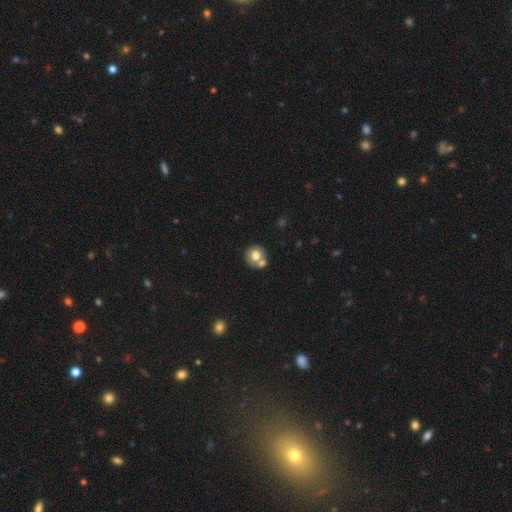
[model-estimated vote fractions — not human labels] Smooth or featured? Predicted: smooth (p=0.70). How rounded? Predicted: round (p=0.85). Merging? Predicted: none (p=0.52).